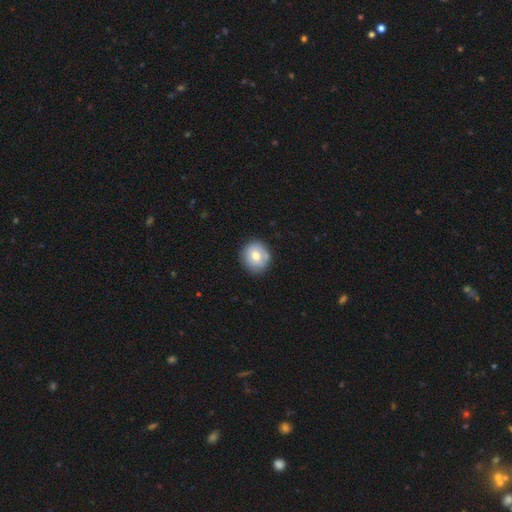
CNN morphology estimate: This appears to be a smooth galaxy with no disk features (72%) that is round (87%). Merging: none (79%).